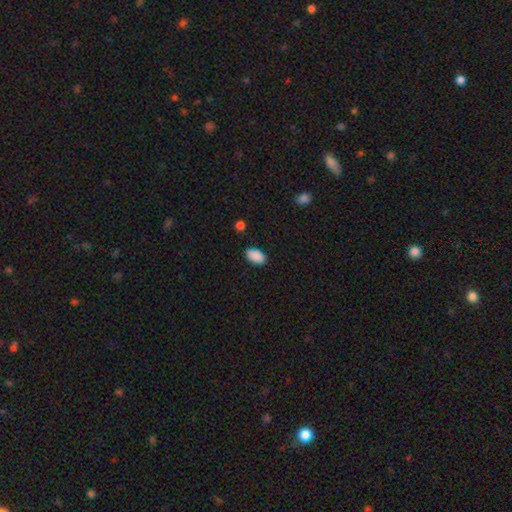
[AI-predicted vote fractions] Smooth or featured: smooth — 89% (star or artifact — 7%)
How rounded: in between — 93% (round — 5%)
Merging: none — 83% (minor disturbance — 13%)